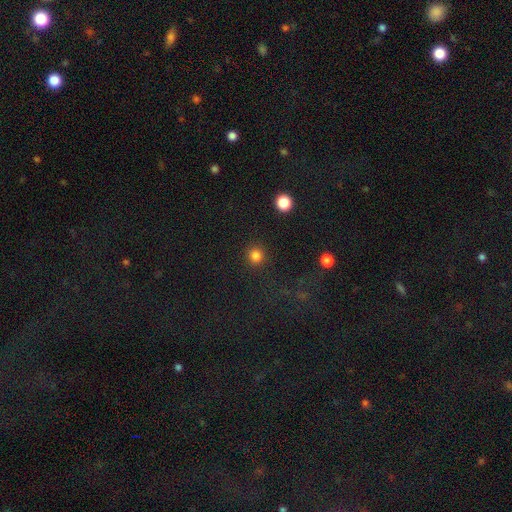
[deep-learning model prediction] Smooth or featured? Predicted: smooth (p=0.83). How rounded? Predicted: round (p=0.94). Merging? Predicted: none (p=0.91).